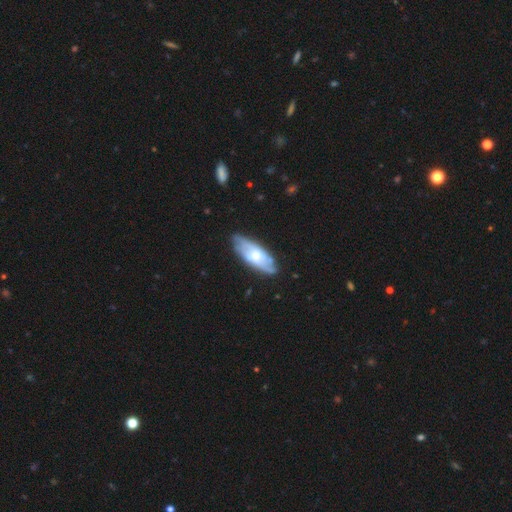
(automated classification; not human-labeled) Smooth or featured? featured or disk (56%)
Edge-on disk? no (76%)
Merging? none (75%)